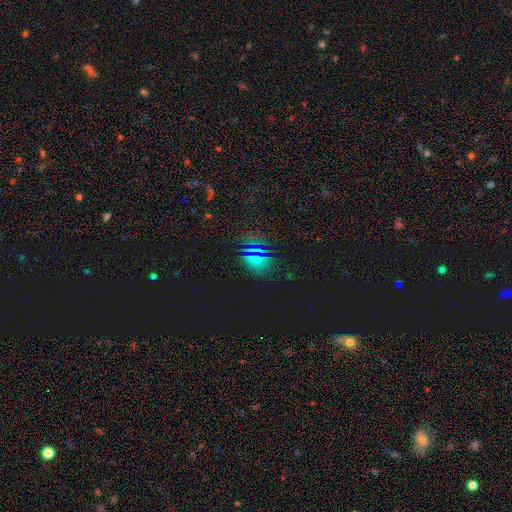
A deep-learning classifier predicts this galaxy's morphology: A smooth galaxy with no disk features (49%). Merging: none (81%).